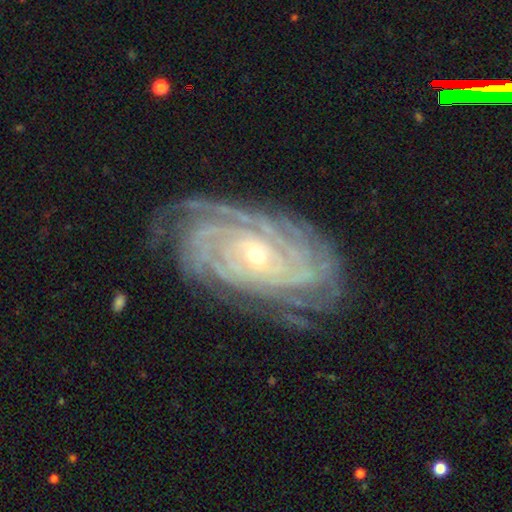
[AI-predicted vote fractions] Smooth or featured?
  - featured or disk: 90% *
  - star or artifact: 6%
  - smooth: 4%
Edge-on disk?
  - no: 95% *
  - yes: 5%
Bar?
  - no: 72% *
  - weak: 19%
  - strong: 9%
Spiral arms?
  - yes: 98% *
  - no: 2%
Spiral winding?
  - tight: 85% *
  - medium: 13%
  - loose: 2%
Spiral arm count?
  - more than 4: 27% *
  - 4: 23%
  - can't tell: 21%
  - 3: 13%
  - 2: 9%
  - 1: 7%
Bulge size?
  - small: 68% *
  - moderate: 29%
  - large: 1%
  - none: 1%
  - dominant: 1%
Merging?
  - none: 78% *
  - minor disturbance: 15%
  - major disturbance: 5%
  - merger: 1%